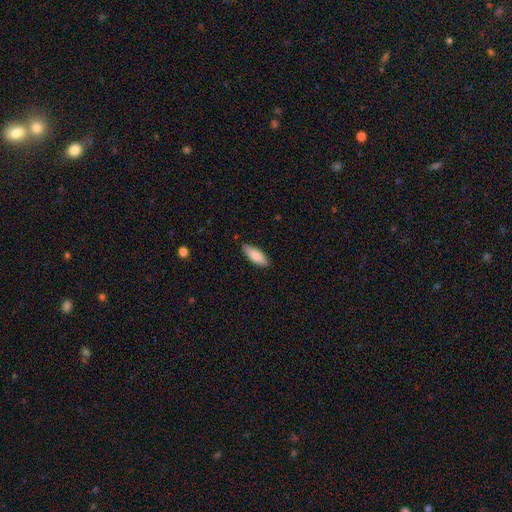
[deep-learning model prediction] smooth 85%, featured or disk 10%, star or artifact 6%. Down the decision tree: how rounded — in between (68%); merging — none (85%).